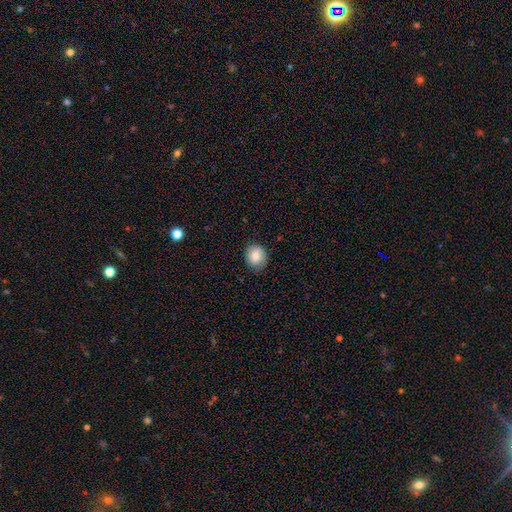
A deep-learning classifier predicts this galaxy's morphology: This appears to be a smooth galaxy with no disk features (84%) that is round (63%). Merging: none (83%).